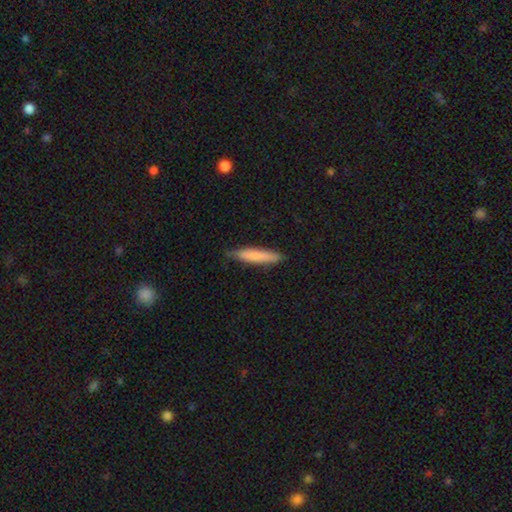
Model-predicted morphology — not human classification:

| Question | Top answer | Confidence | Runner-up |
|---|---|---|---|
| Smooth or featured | smooth | 78% | featured or disk (17%) |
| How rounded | cigar-shaped | 89% | in between (10%) |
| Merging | none | 81% | minor disturbance (15%) |